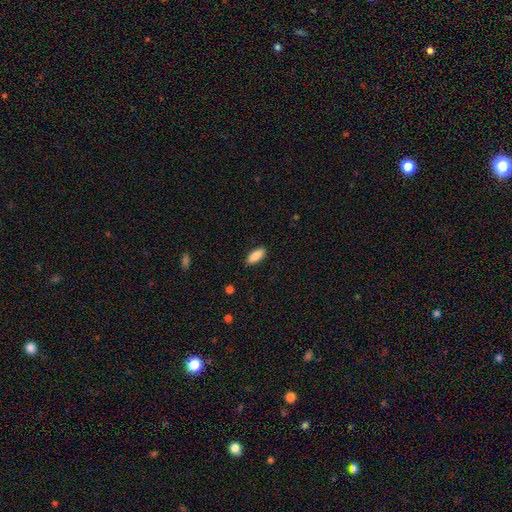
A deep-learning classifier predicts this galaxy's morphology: Smooth or featured: smooth — 90% (star or artifact — 6%)
How rounded: in between — 85% (cigar-shaped — 13%)
Merging: none — 89% (minor disturbance — 8%)